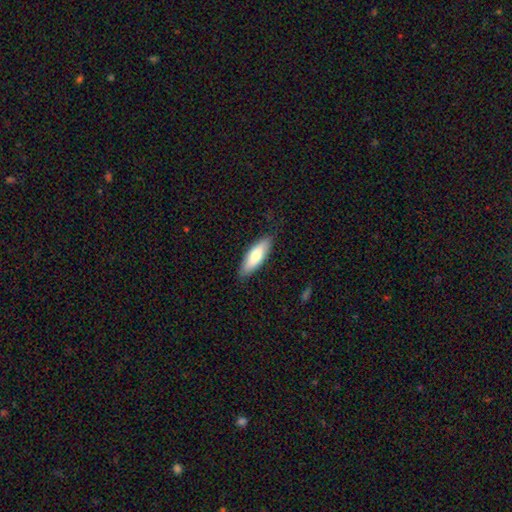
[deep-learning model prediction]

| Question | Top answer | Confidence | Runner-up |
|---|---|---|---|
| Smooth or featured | smooth | 76% | featured or disk (18%) |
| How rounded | in between | 58% | cigar-shaped (40%) |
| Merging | none | 84% | minor disturbance (13%) |